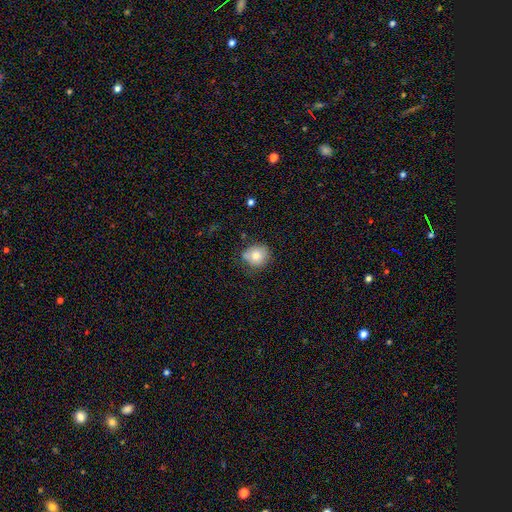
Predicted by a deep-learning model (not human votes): smooth 78%, featured or disk 12%, star or artifact 9%. Down the decision tree: how rounded — round (76%); merging — none (66%).